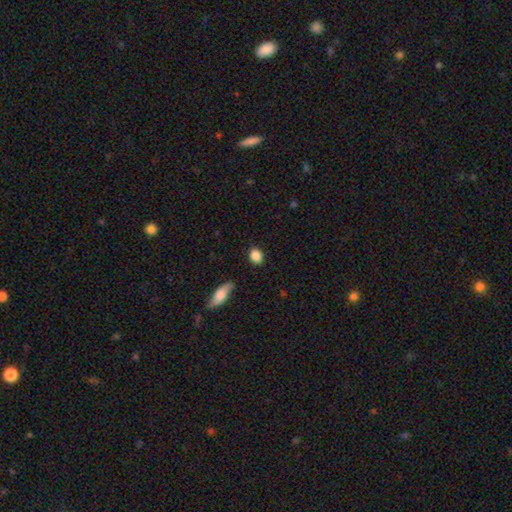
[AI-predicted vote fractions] Smooth or featured? Predicted: smooth (p=0.88). How rounded? Predicted: in between (p=0.58). Merging? Predicted: none (p=0.85).